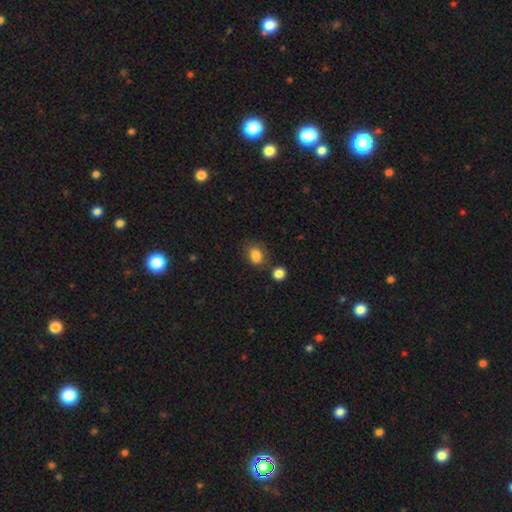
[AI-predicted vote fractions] smooth 80%, star or artifact 12%, featured or disk 8%. Down the decision tree: how rounded — in between (59%); merging — none (51%).